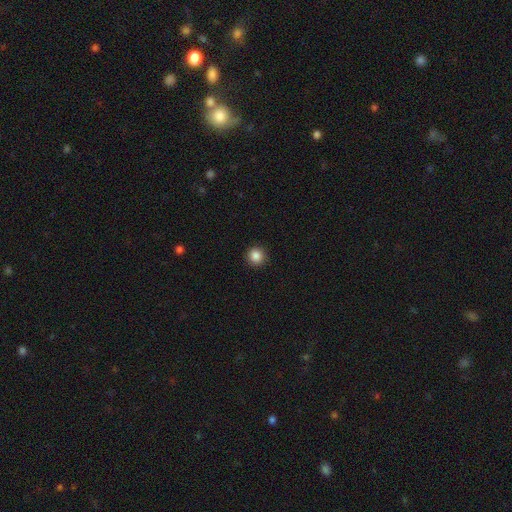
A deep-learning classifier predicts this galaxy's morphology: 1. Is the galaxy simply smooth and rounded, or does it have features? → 86% smooth, 10% star or artifact, 3% featured or disk.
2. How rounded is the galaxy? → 94% round, 5% in between, 1% cigar-shaped.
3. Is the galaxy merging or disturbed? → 92% none, 5% minor disturbance, 2% major disturbance, 1% merger.